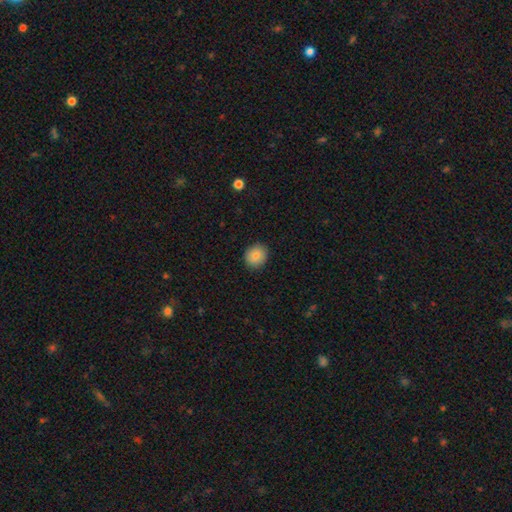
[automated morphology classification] Smooth or featured? Predicted: smooth (p=0.86). How rounded? Predicted: round (p=0.77). Merging? Predicted: none (p=0.90).